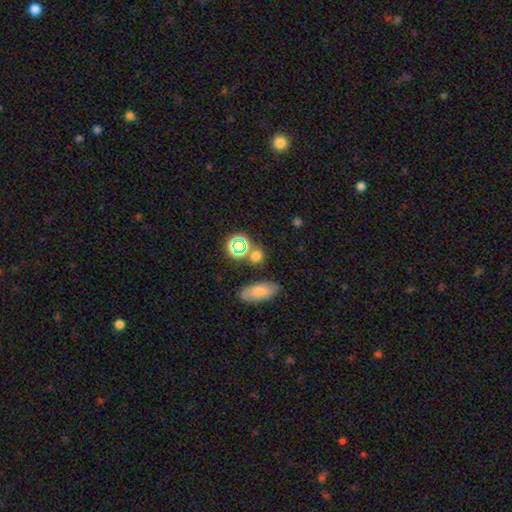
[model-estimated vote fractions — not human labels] A smooth galaxy with no disk features (65%) that is round (63%). Merging: none (73%).